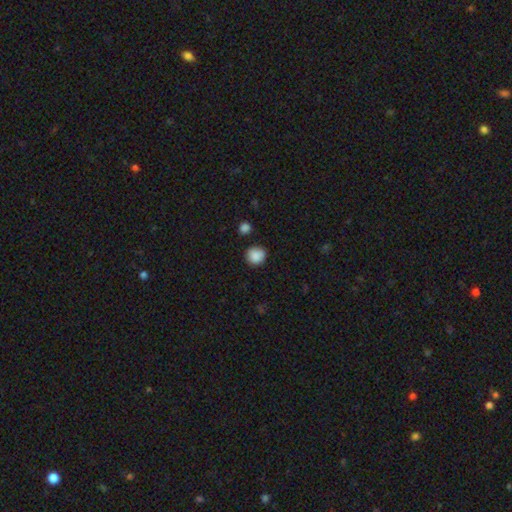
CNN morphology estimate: smooth_or_featured: smooth (p=0.88) [alt: star or artifact p=0.09]
how_rounded: round (p=0.89) [alt: in between p=0.10]
merging: none (p=0.81) [alt: minor disturbance p=0.13]